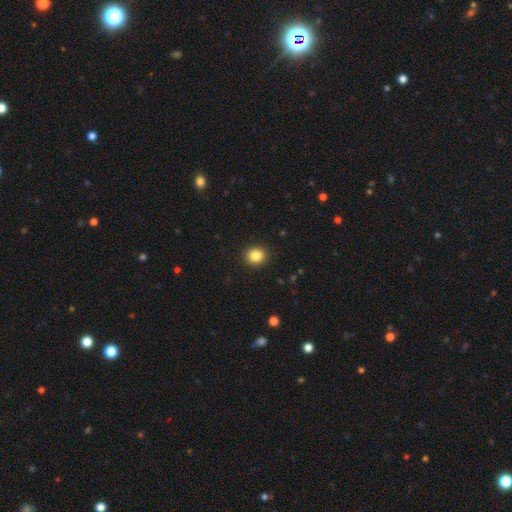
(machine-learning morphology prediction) This is clearly a smooth galaxy (85%). How rounded: clearly round (85%). Merging: clearly none (91%).